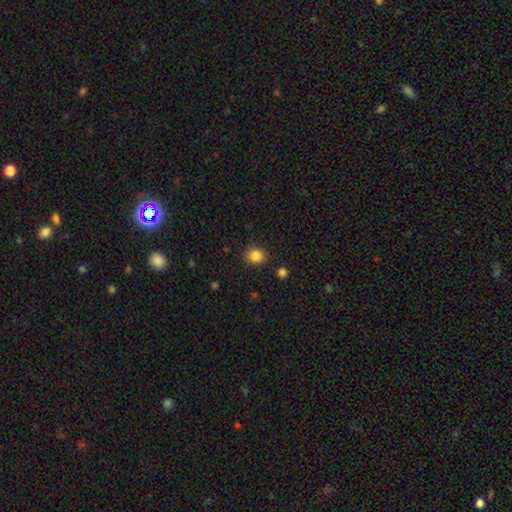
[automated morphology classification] This is clearly a smooth galaxy (85%). How rounded: likely round (76%). Merging: clearly none (87%).